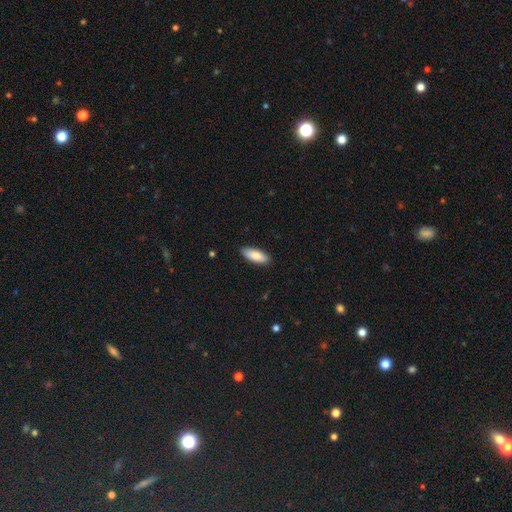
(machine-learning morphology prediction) smooth_or_featured: smooth (p=0.83) [alt: featured or disk p=0.11]
how_rounded: in between (p=0.74) [alt: cigar-shaped p=0.24]
merging: none (p=0.88) [alt: minor disturbance p=0.09]